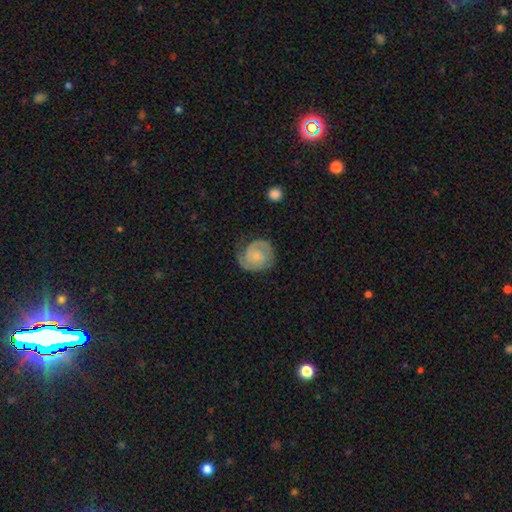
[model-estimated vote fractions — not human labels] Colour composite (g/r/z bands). It shows a featured or disk galaxy (69%) with no bar (67%), 2 (61%) tight (59%) spiral arms (93%) and a small central bulge (46%). Merging: none (68%).